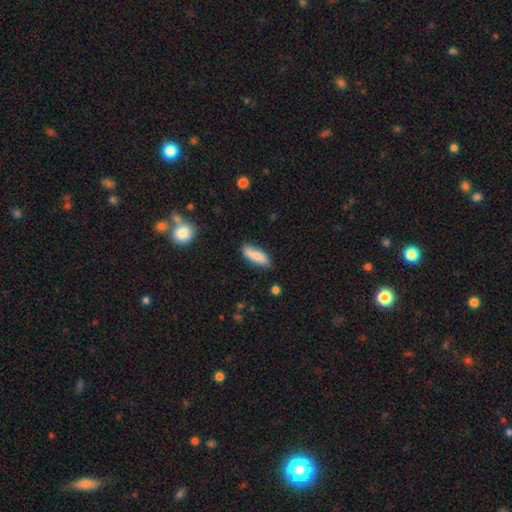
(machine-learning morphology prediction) This is clearly a smooth galaxy (82%). How rounded: possibly in between (53%). Merging: likely none (77%).